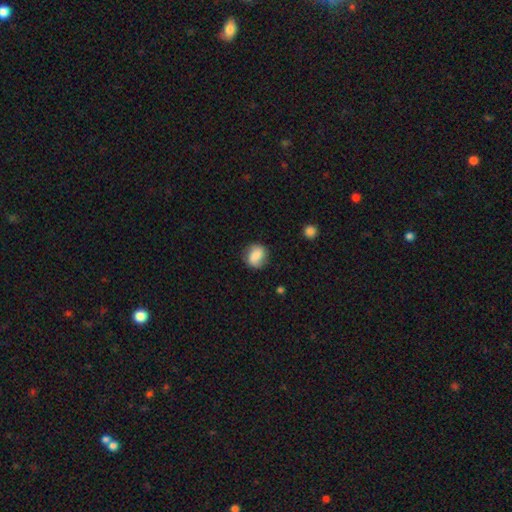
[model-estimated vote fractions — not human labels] Overall: smooth (76%). How rounded: round (55%; in between 44%). Merging: none (74%).